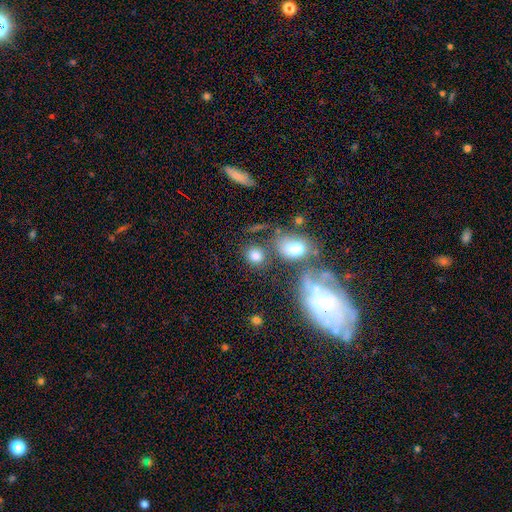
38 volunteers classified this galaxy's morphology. A smooth galaxy with no disk features (79%) that is round (73%). Merging: none (66%).